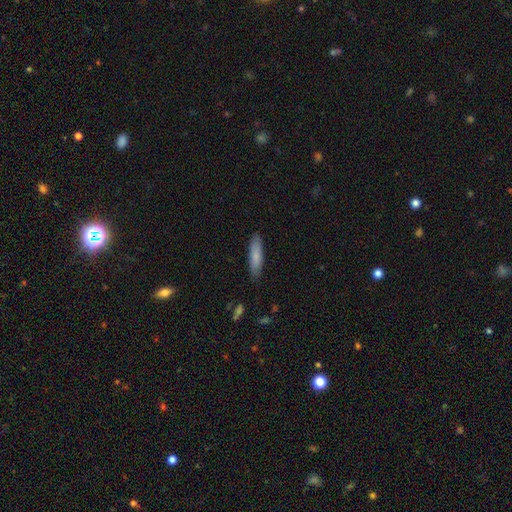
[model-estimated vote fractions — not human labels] smooth 81%, featured or disk 13%, star or artifact 5%. Down the decision tree: how rounded — cigar-shaped (70%); merging — none (85%).